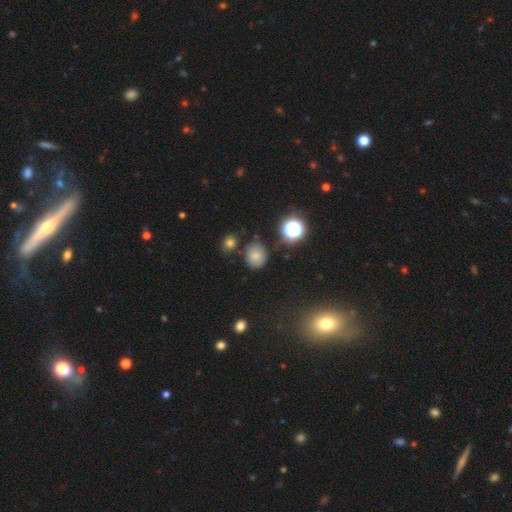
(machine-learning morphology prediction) Smooth or featured?
  - smooth: 73% *
  - star or artifact: 17%
  - featured or disk: 10%
How rounded?
  - round: 69% *
  - in between: 30%
  - cigar-shaped: 1%
Merging?
  - none: 75% *
  - minor disturbance: 15%
  - merger: 5%
  - major disturbance: 4%